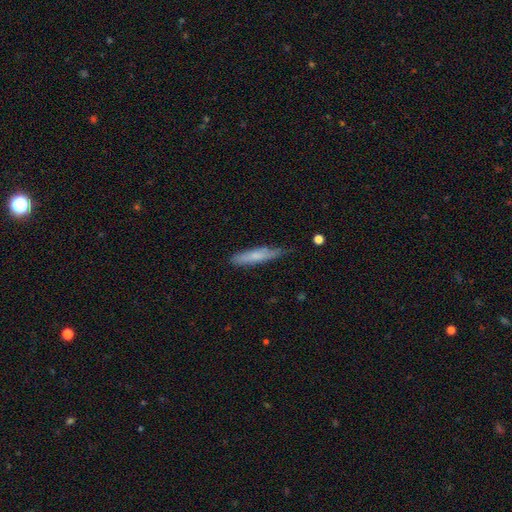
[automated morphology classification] Smooth or featured? Predicted: smooth (p=0.68). How rounded? Predicted: cigar-shaped (p=0.89). Merging? Predicted: none (p=0.70).